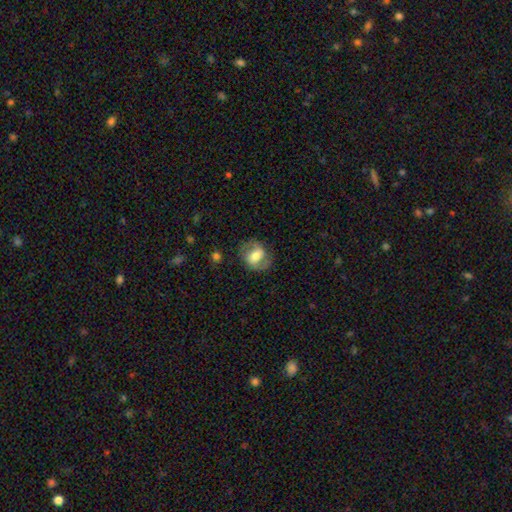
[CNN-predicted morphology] Smooth or featured? featured or disk (47%)
Merging? none (71%)